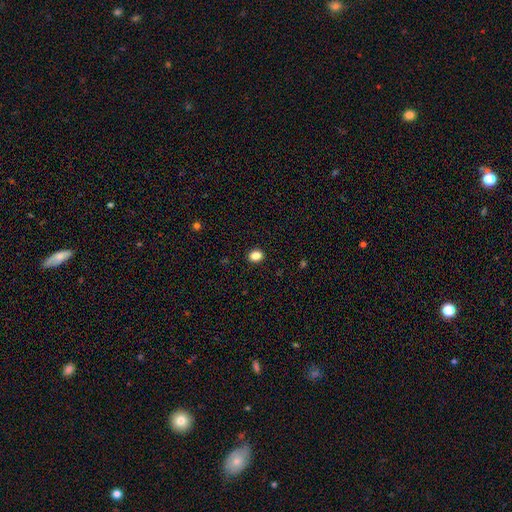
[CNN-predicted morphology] Smooth or featured: smooth — 85% (star or artifact — 11%)
How rounded: round — 56% (in between — 43%)
Merging: none — 91% (minor disturbance — 6%)